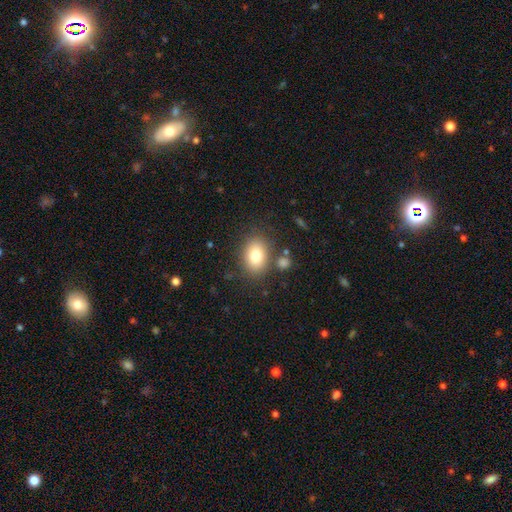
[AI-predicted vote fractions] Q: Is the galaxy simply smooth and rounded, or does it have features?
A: smooth — 80%.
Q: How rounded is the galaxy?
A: in between — 71%.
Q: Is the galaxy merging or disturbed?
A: none — 79%.